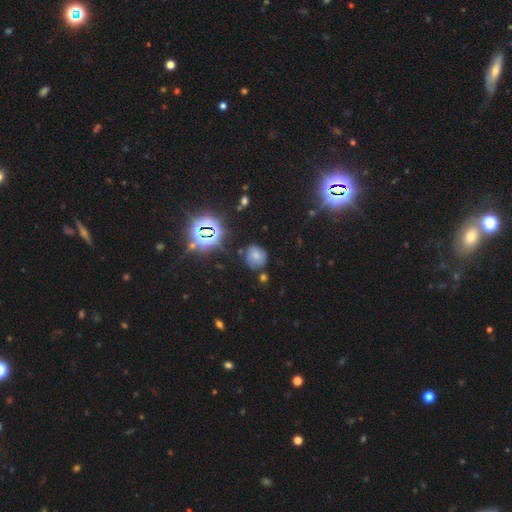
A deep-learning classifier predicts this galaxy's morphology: A smooth galaxy with no disk features (60%) that is round (69%). Merging: none (67%).